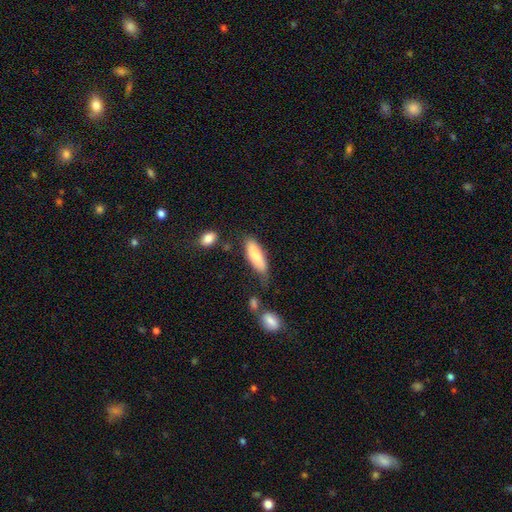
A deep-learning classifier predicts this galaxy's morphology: Overall: smooth (80%). How rounded: in between (52%; cigar-shaped 46%). Merging: none (62%; minor disturbance 24%).